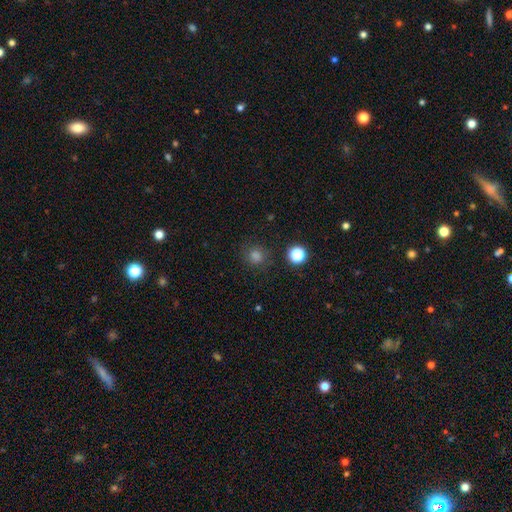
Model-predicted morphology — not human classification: Smooth or featured? Predicted: smooth (p=0.75). How rounded? Predicted: round (p=0.90). Merging? Predicted: none (p=0.86).